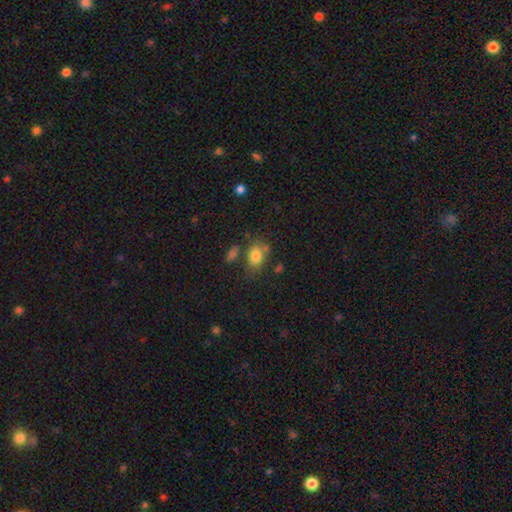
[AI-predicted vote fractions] Smooth or featured? Predicted: smooth (p=0.80). How rounded? Predicted: in between (p=0.76). Merging? Predicted: none (p=0.58).